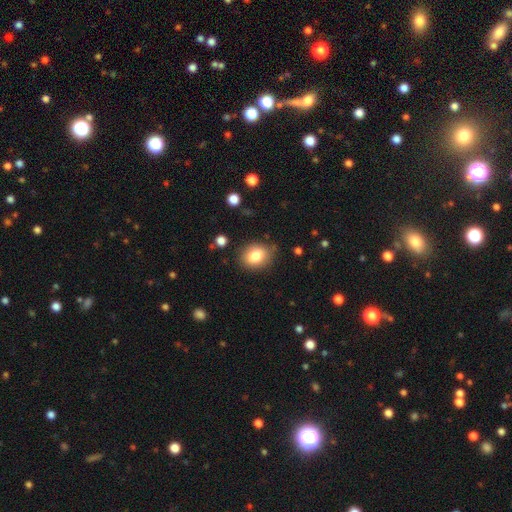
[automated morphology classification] This is clearly a smooth galaxy (82%). How rounded: possibly in between (56%). Merging: likely none (79%).